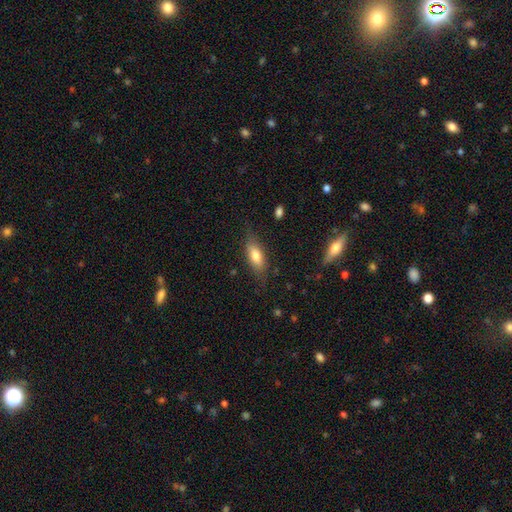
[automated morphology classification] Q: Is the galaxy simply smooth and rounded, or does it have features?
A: smooth — 73%.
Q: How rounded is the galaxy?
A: in between — 74%.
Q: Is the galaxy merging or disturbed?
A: none — 74%.